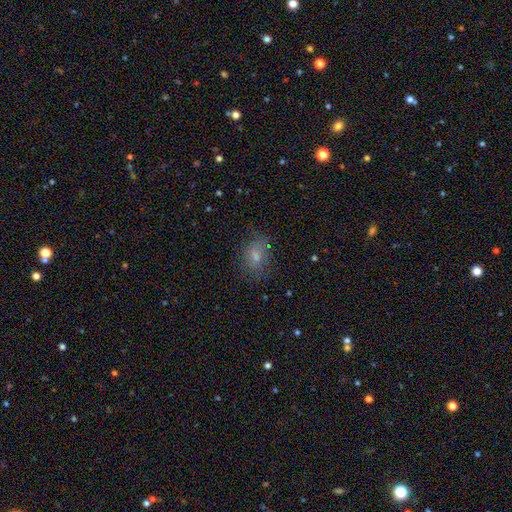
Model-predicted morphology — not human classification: Smooth or featured: smooth — 65% (featured or disk — 21%)
How rounded: in between — 75% (round — 23%)
Merging: none — 62% (minor disturbance — 23%)